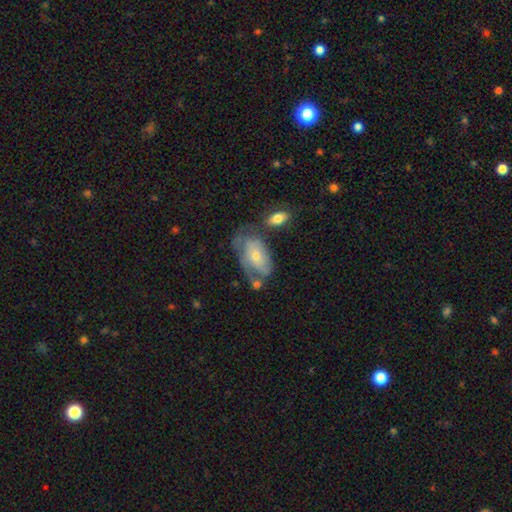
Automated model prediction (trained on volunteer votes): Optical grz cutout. It shows a featured or disk galaxy (50%). Merging: none (35%).